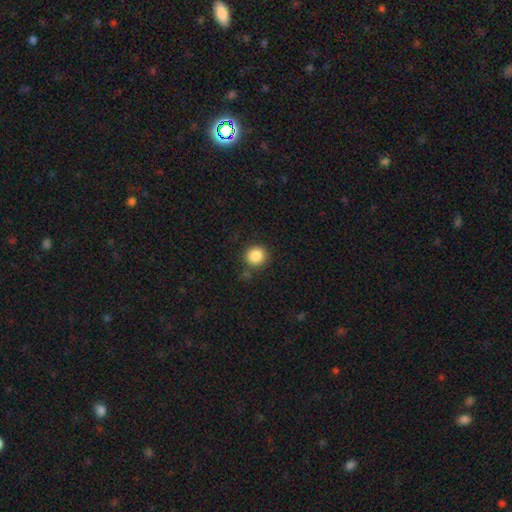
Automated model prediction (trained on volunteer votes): Smooth or featured? smooth (86%)
How rounded? round (89%)
Merging? none (84%)